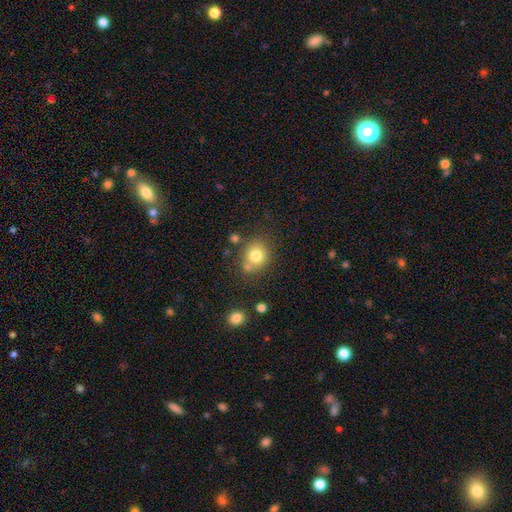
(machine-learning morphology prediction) Overall: smooth (78%). How rounded: round (73%). Merging: none (66%).